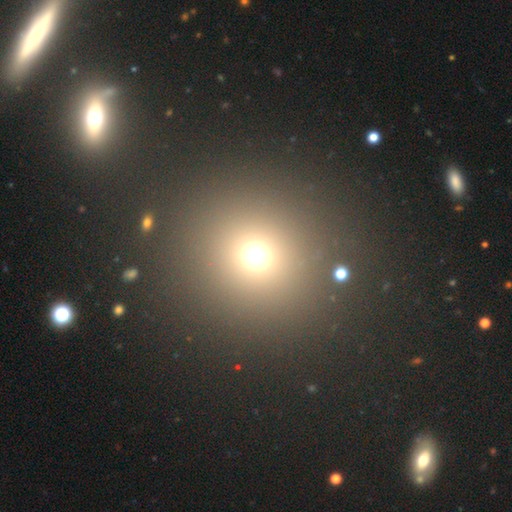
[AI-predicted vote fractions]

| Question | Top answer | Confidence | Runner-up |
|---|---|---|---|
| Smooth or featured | smooth | 64% | star or artifact (28%) |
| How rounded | round | 91% | in between (8%) |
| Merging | none | 86% | minor disturbance (6%) |